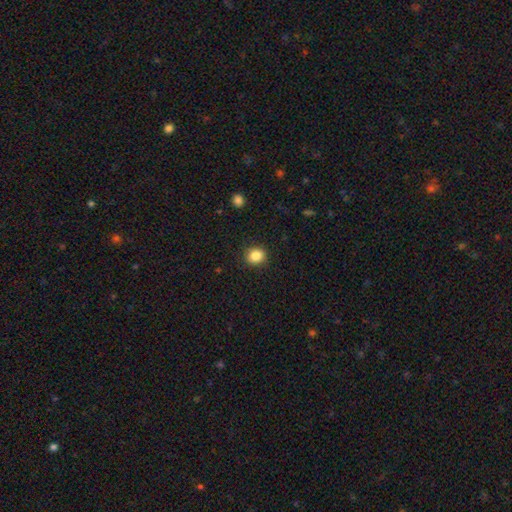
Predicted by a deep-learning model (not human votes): Overall: smooth (86%). How rounded: round (80%). Merging: none (90%).